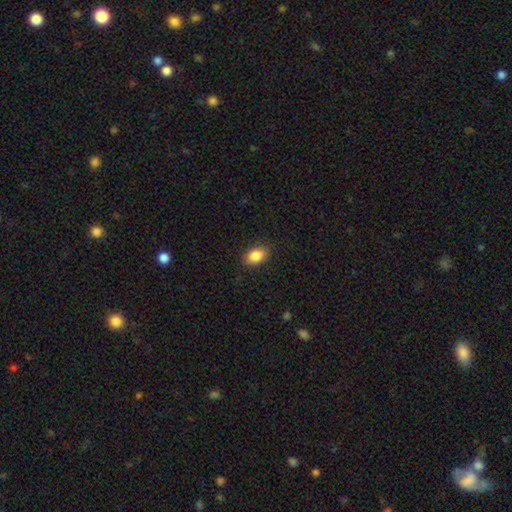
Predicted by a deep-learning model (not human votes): A smooth galaxy with no disk features (87%) that is in between round and cigar-shaped (88%).

Vote fractions:
- Smooth or featured? smooth: 87% / star or artifact: 8% / featured or disk: 5%
- How rounded? in between: 88% / round: 10% / cigar-shaped: 2%
- Merging? none: 86% / minor disturbance: 11% / major disturbance: 3% / merger: 1%